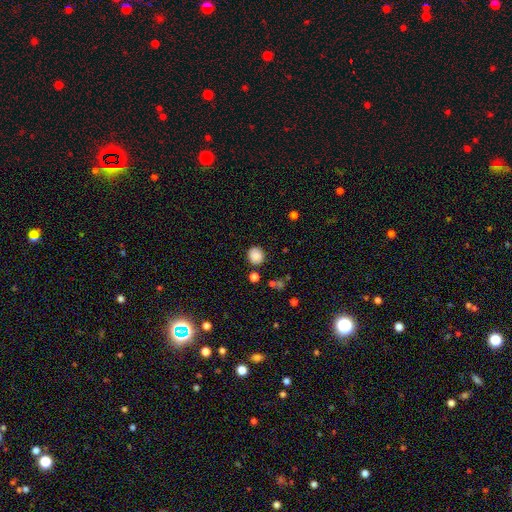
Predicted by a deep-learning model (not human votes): A smooth galaxy with no disk features (86%) that is round (83%).

Vote fractions:
- Smooth or featured? smooth: 86% / star or artifact: 10% / featured or disk: 4%
- How rounded? round: 83% / in between: 16% / cigar-shaped: 1%
- Merging? none: 84% / minor disturbance: 10% / merger: 4% / major disturbance: 3%